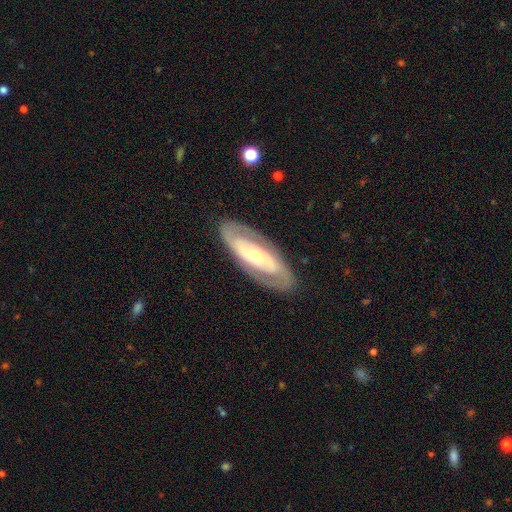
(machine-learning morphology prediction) This is likely a featured or disk galaxy (77%). It is clearly not viewed edge-on (88%). Bar: possibly no (54%). Spiral arm pattern: likely yes (72%). Central bulge: possibly small (53%). Merging: clearly none (85%).